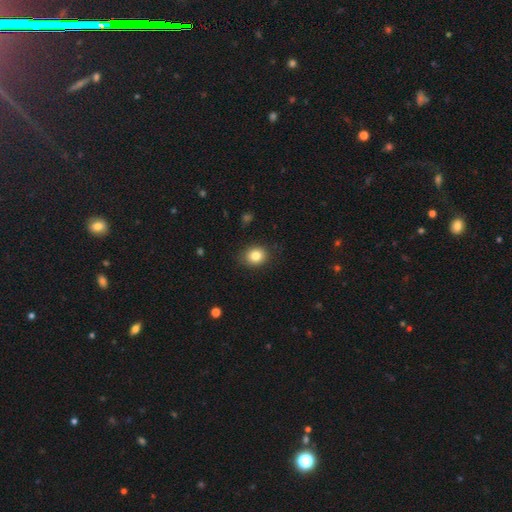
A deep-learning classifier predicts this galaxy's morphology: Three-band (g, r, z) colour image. It shows a smooth galaxy with no disk features (83%) that is round (65%). Merging: none (85%).